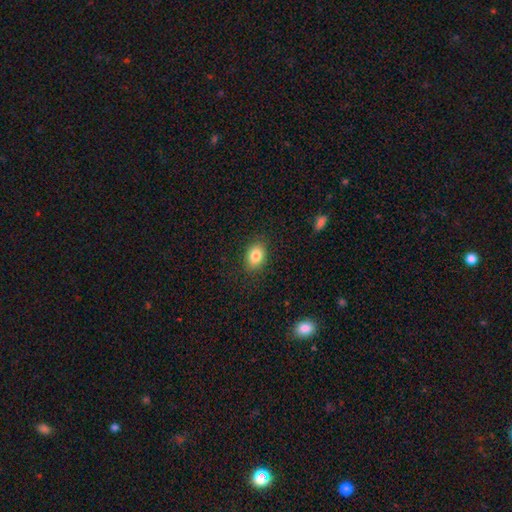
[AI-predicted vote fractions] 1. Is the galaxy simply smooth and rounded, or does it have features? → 84% smooth, 9% star or artifact, 7% featured or disk.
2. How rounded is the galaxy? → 73% in between, 26% round, 1% cigar-shaped.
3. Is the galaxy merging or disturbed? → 87% none, 9% minor disturbance, 3% major disturbance, 1% merger.